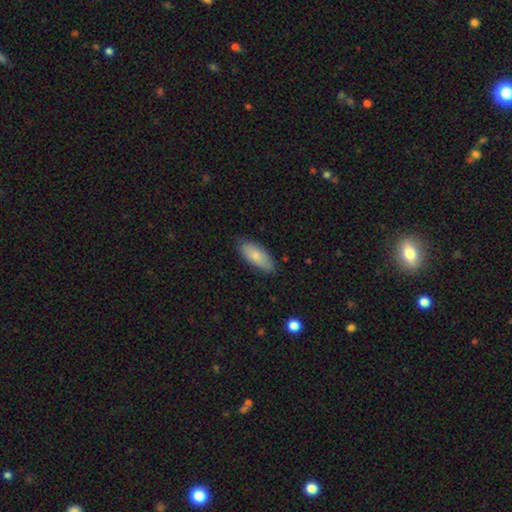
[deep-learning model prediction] Smooth or featured?
  - smooth: 80% *
  - featured or disk: 15%
  - star or artifact: 6%
How rounded?
  - in between: 84% *
  - cigar-shaped: 14%
  - round: 2%
Merging?
  - none: 77% *
  - minor disturbance: 19%
  - major disturbance: 3%
  - merger: 1%